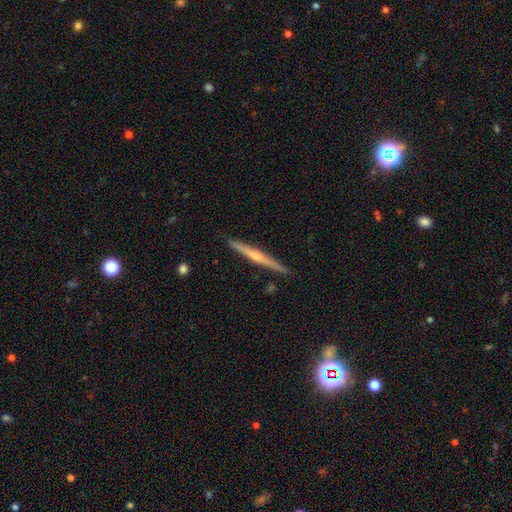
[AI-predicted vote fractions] Smooth or featured? featured or disk (67%)
Edge-on disk? yes (98%)
Edge-on bulge? rounded (67%)
Merging? none (90%)